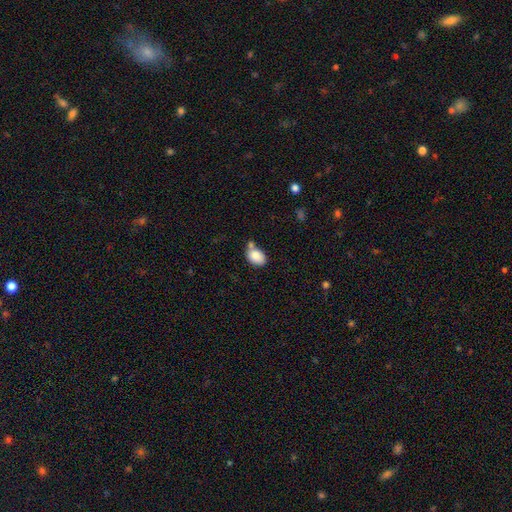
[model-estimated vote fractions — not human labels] smooth 85%, star or artifact 8%, featured or disk 7%. Down the decision tree: how rounded — in between (77%); merging — none (50%).